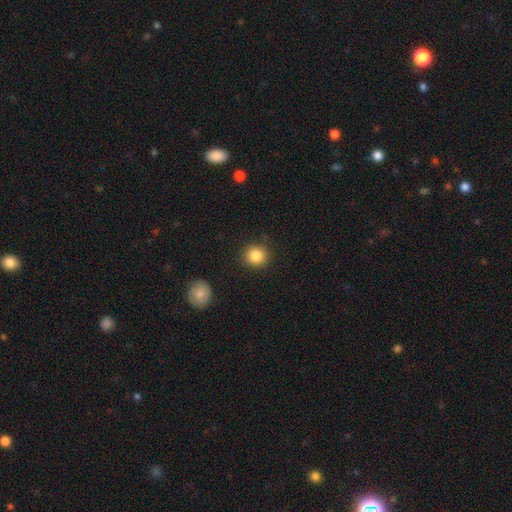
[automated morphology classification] Smooth or featured?
  - smooth: 86% *
  - star or artifact: 10%
  - featured or disk: 4%
How rounded?
  - round: 90% *
  - in between: 9%
  - cigar-shaped: 1%
Merging?
  - none: 88% *
  - minor disturbance: 8%
  - major disturbance: 3%
  - merger: 2%